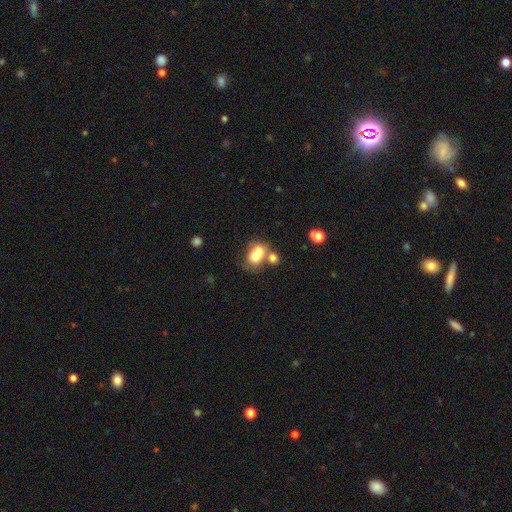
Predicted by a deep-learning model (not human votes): smooth_or_featured: smooth (p=0.68) [alt: featured or disk p=0.22]
how_rounded: in between (p=0.56) [alt: round p=0.43]
merging: merger (p=0.60) [alt: none p=0.25]